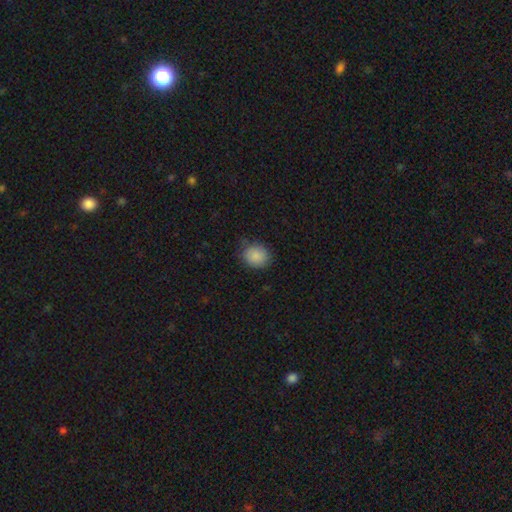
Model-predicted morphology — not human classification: A smooth galaxy with no disk features (88%) that is round (66%). Merging: none (77%).